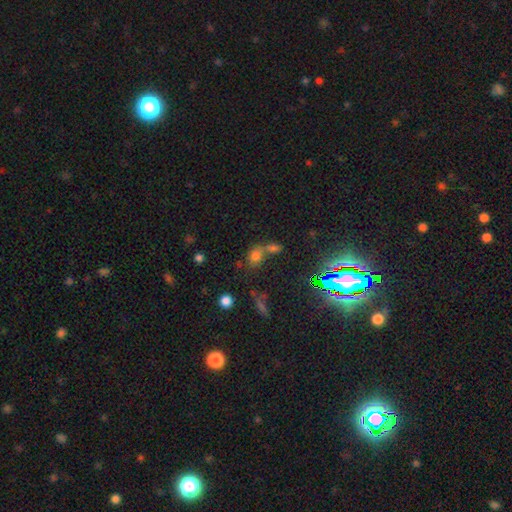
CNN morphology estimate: This appears to be a smooth galaxy with no disk features (66%) that is round (52%). Merging: merger (46%).